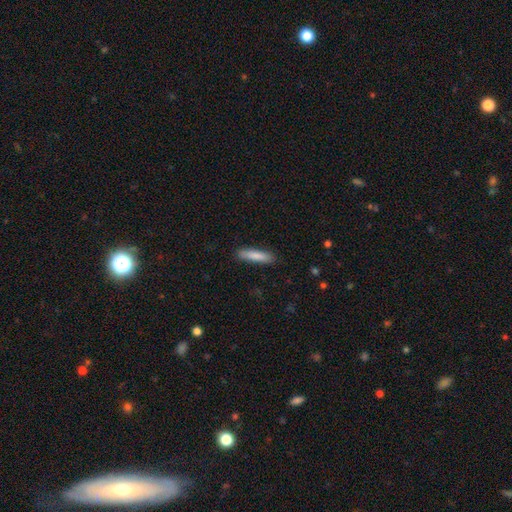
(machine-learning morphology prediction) Smooth or featured: smooth — 85% (featured or disk — 10%)
How rounded: cigar-shaped — 83% (in between — 16%)
Merging: none — 88% (minor disturbance — 9%)